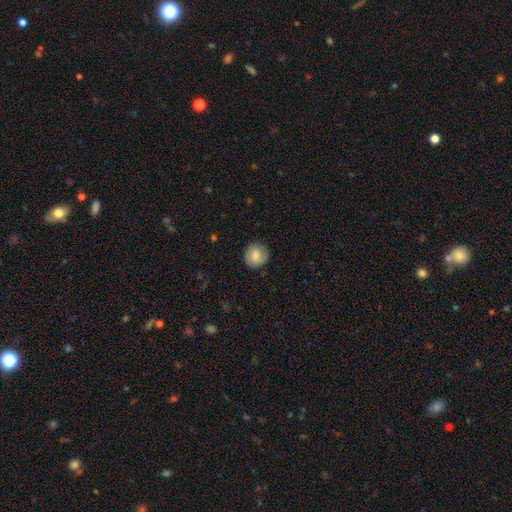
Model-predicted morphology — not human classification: Smooth or featured? smooth (77%)
How rounded? round (90%)
Merging? none (85%)